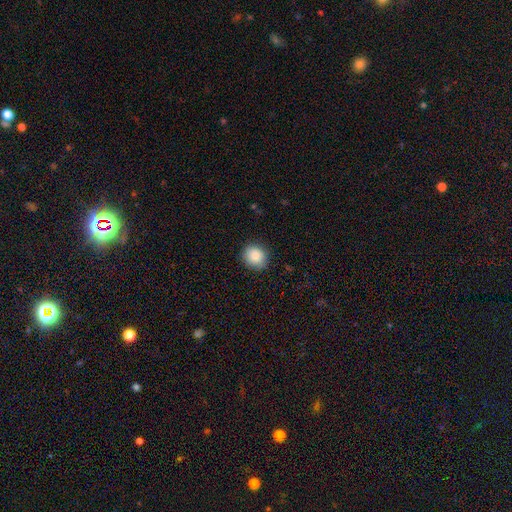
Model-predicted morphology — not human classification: A smooth galaxy with no disk features (89%) that is round (80%). Merging: none (87%).